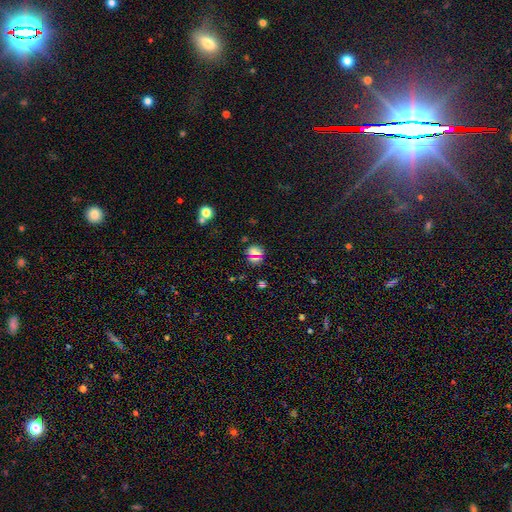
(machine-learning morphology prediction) Smooth or featured? Predicted: smooth (p=0.53). How rounded? Predicted: round (p=0.86). Merging? Predicted: none (p=0.81).